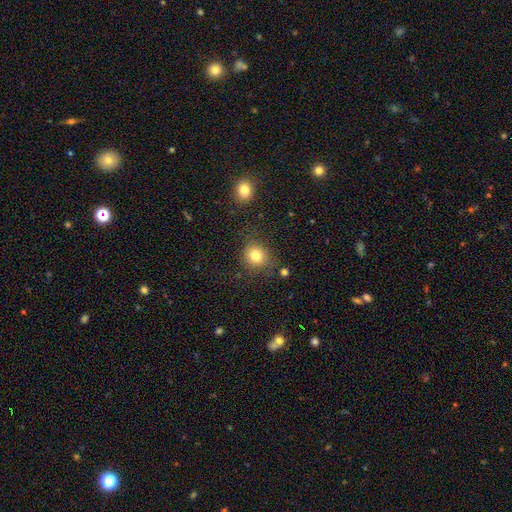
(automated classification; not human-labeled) smooth 80%, star or artifact 12%, featured or disk 7%. Down the decision tree: how rounded — round (84%); merging — none (79%).